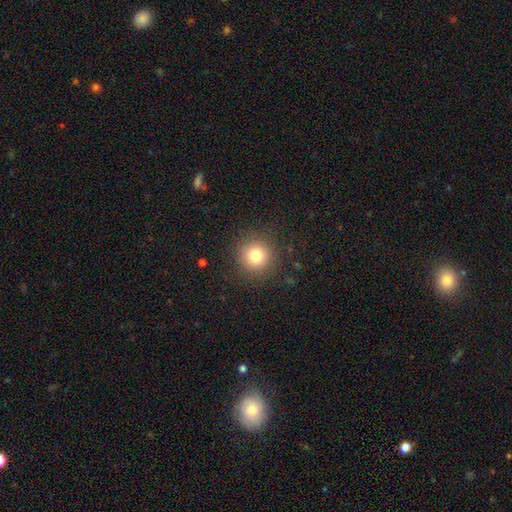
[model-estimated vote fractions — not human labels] Smooth or featured: smooth — 80% (star or artifact — 12%)
How rounded: round — 95% (in between — 4%)
Merging: none — 90% (minor disturbance — 6%)